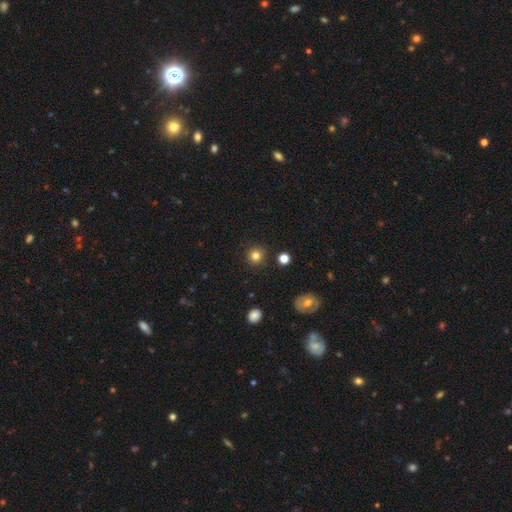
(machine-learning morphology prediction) This is clearly a smooth galaxy (81%). How rounded: clearly round (93%). Merging: clearly none (90%).